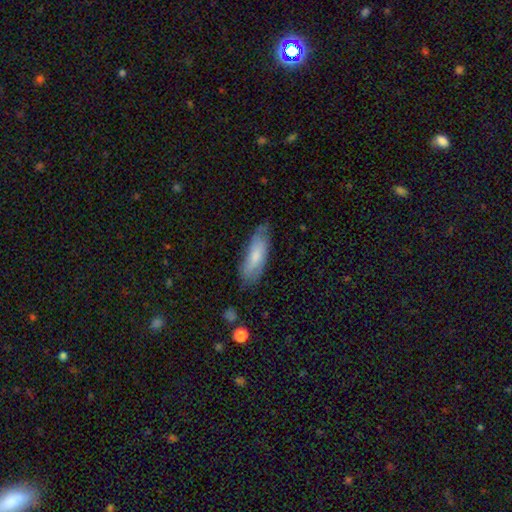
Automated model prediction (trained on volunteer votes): Smooth or featured?
  - smooth: 70% *
  - featured or disk: 24%
  - star or artifact: 6%
How rounded?
  - in between: 59% *
  - cigar-shaped: 39%
  - round: 2%
Merging?
  - none: 66% *
  - minor disturbance: 26%
  - major disturbance: 6%
  - merger: 2%